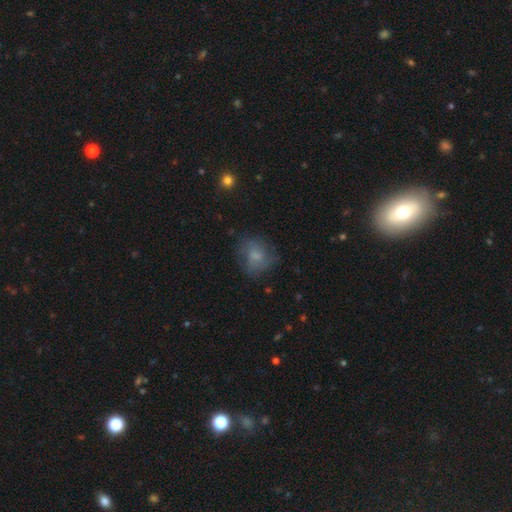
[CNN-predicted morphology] Q: Smooth or featured?
A: smooth (57%); runner-up: featured or disk (31%)
Q: How rounded?
A: round (66%); runner-up: in between (33%)
Q: Merging?
A: none (61%); runner-up: minor disturbance (23%)